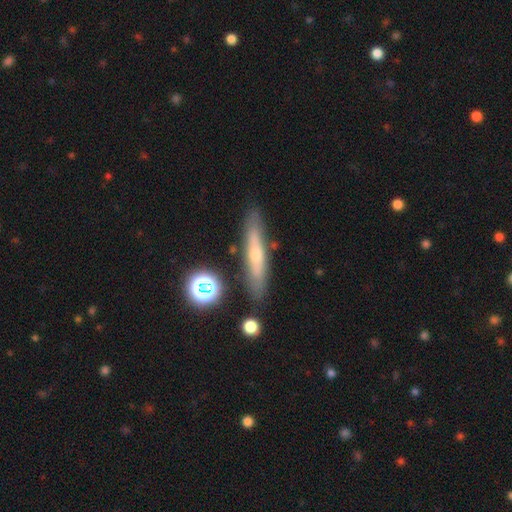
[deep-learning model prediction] smooth-or-featured: featured or disk: 45% (tied) | smooth: 45% (tied) | star or artifact: 10%
  merging: none: 82% | minor disturbance: 12% | merger: 3% | major disturbance: 3%